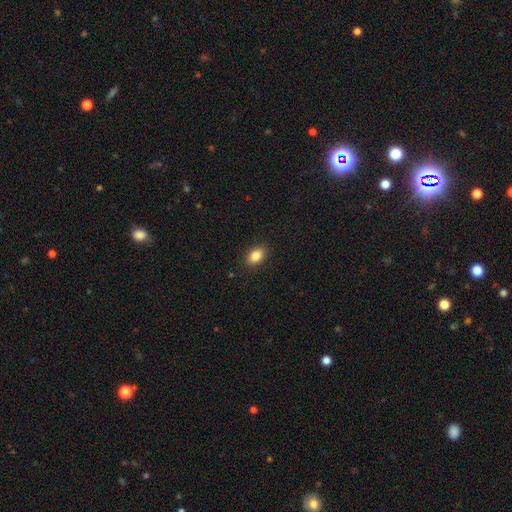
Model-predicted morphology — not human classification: type=smooth (85%); roundness=in between (81%); merging=none (89%).